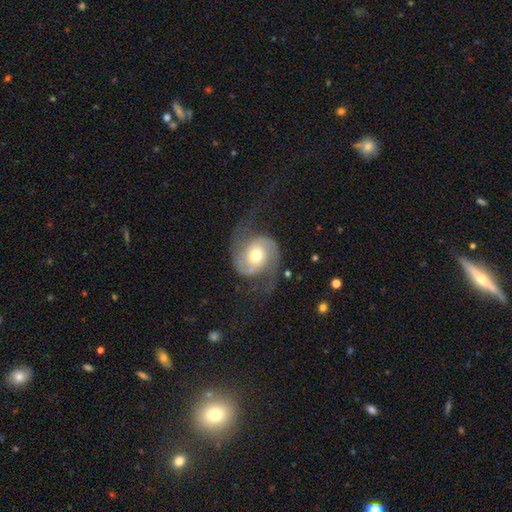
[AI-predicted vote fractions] Morphology: type=featured or disk (88%); edge-on=no (98%); bar=no (68%); spiral arms=yes (97%); winding=medium (44%); arm count=2 (94%); bulge=moderate (70%); merging=none (69%).